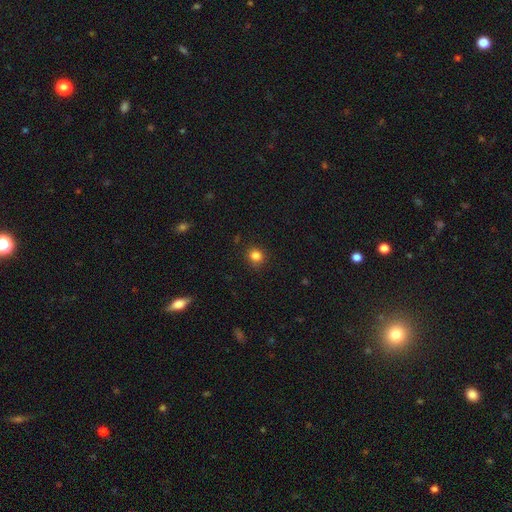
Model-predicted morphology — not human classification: This is clearly a smooth galaxy (84%). How rounded: clearly round (87%). Merging: clearly none (87%).